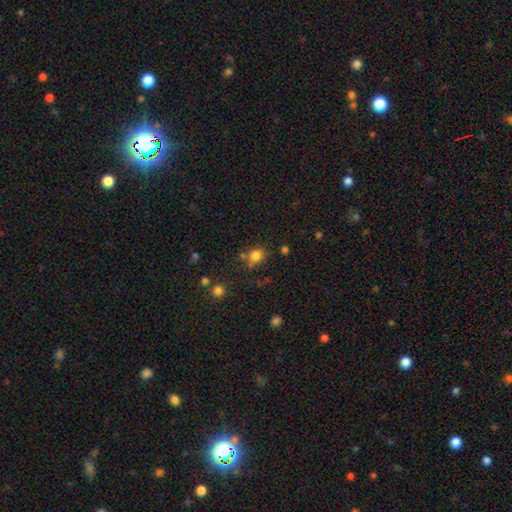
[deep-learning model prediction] This is likely a smooth galaxy (80%). How rounded: likely round (72%). Merging: likely none (64%).